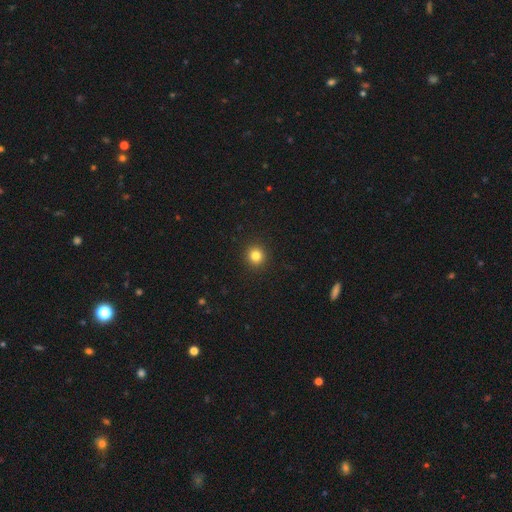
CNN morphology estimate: smooth-or-featured: smooth: 82% | star or artifact: 12% | featured or disk: 5%
  how-rounded: round: 94% | in between: 6% | cigar-shaped: 1%
  merging: none: 93% | minor disturbance: 4% | major disturbance: 2% | merger: 1%